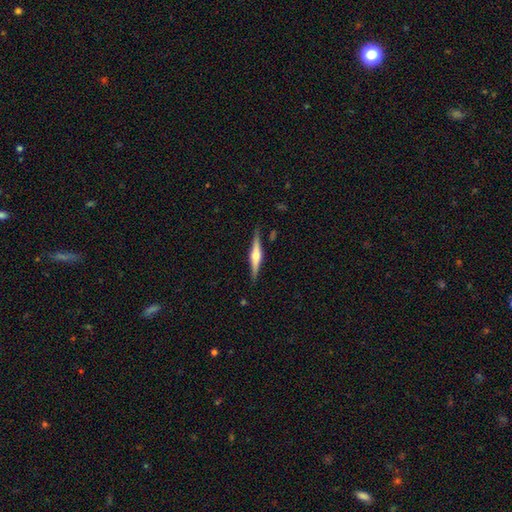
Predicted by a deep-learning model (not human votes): This appears to be a featured or disk galaxy (74%) viewed edge-on (98%) with a rounded central bulge (88%). Merging: none (88%).